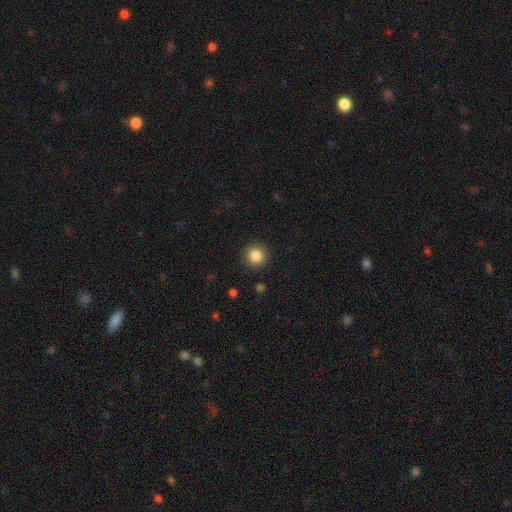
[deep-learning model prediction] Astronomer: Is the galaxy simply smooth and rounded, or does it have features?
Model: smooth — 86%.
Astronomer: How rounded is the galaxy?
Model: round — 94%.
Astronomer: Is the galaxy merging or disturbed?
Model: none — 91%.